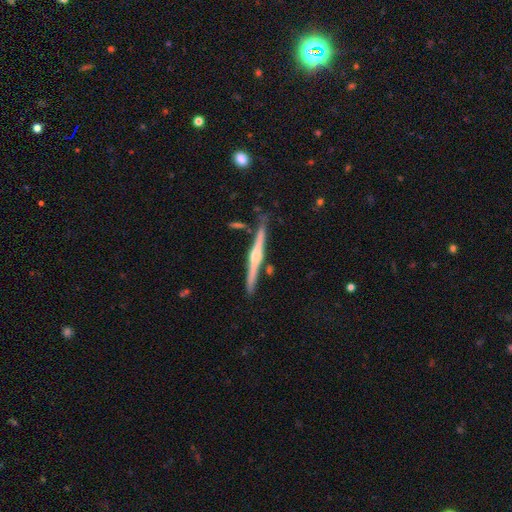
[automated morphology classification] Smooth or featured: featured or disk — 80% (smooth — 15%)
Edge-on disk: yes — 98% (no — 2%)
Edge-on bulge: rounded — 88% (none — 6%)
Merging: none — 84% (minor disturbance — 10%)